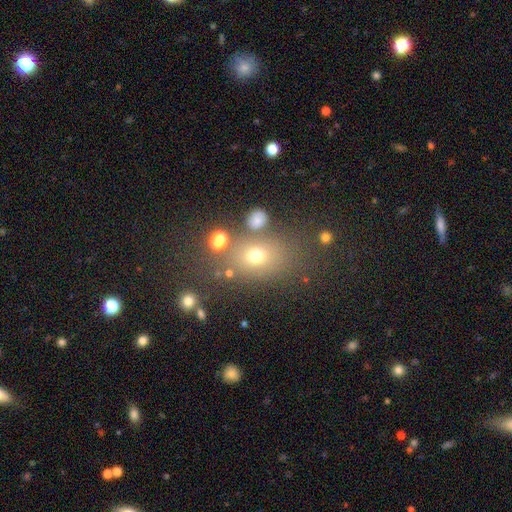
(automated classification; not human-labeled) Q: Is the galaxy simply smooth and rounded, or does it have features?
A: smooth — 65%.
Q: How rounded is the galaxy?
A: in between — 60%.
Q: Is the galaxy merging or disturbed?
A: none — 69%.